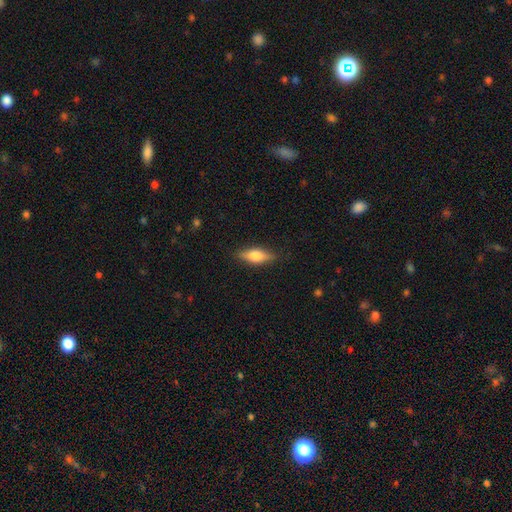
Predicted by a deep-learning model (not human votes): Smooth or featured?
  - smooth: 63% *
  - featured or disk: 30%
  - star or artifact: 7%
How rounded?
  - in between: 68% *
  - cigar-shaped: 28%
  - round: 4%
Merging?
  - none: 84% *
  - minor disturbance: 12%
  - major disturbance: 3%
  - merger: 1%